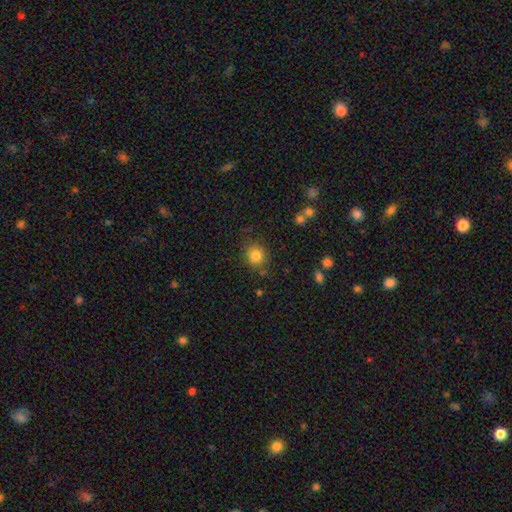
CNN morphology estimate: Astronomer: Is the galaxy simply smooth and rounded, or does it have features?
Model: smooth — 83%.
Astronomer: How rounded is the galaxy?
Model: round — 84%.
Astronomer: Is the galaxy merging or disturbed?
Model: none — 80%.